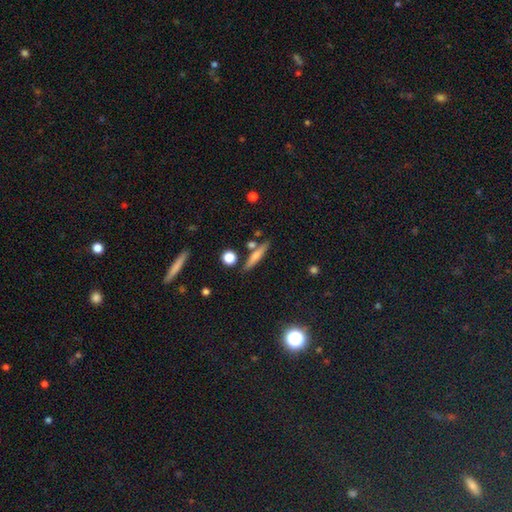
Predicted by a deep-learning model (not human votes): Smooth or featured? Predicted: smooth (p=0.61). How rounded? Predicted: cigar-shaped (p=0.85). Merging? Predicted: none (p=0.79).